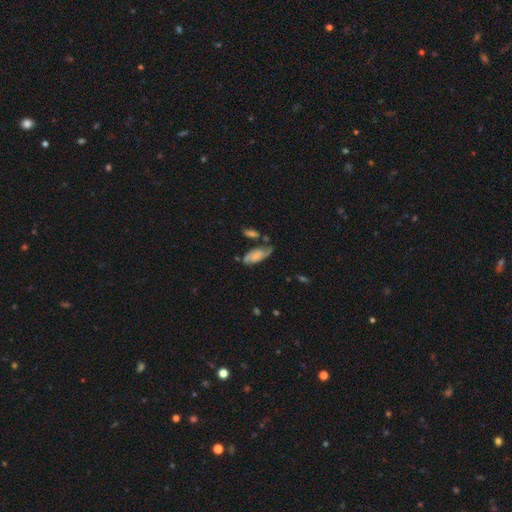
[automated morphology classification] featured or disk 53%, smooth 39%, star or artifact 8%. Down the decision tree: edge-on disk — no (91%); merging — none (55%).